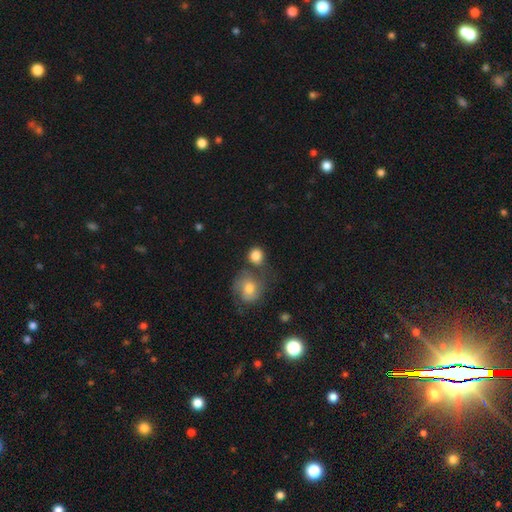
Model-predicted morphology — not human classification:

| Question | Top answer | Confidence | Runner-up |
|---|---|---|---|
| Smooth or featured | smooth | 82% | featured or disk (11%) |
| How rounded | round | 82% | in between (17%) |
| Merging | none | 57% | merger (23%) |